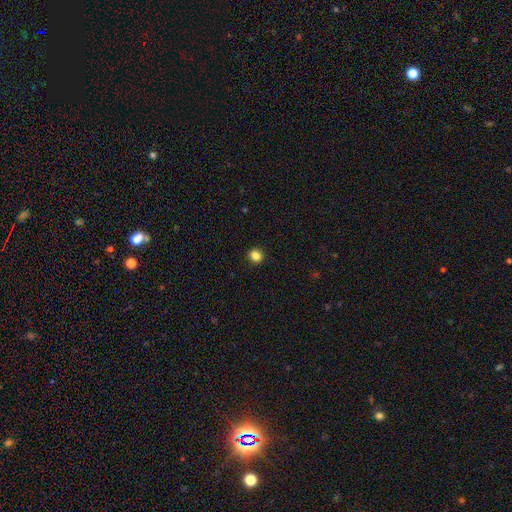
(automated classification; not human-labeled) The model was most divided on "how rounded": round: 84%, in between: 15%, cigar-shaped: 1%. More confident: merging — none (92%); smooth or featured — smooth (85%).